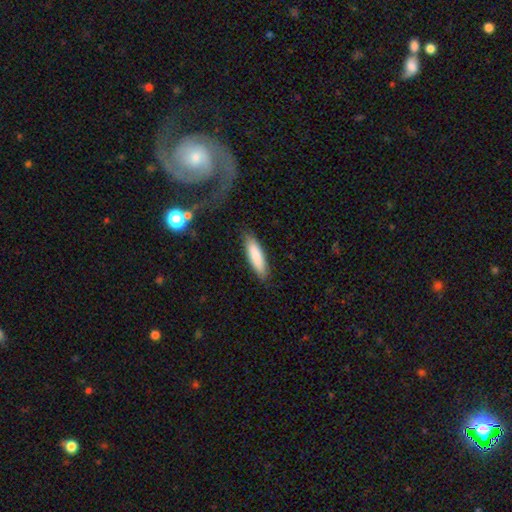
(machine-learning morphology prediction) A smooth galaxy with no disk features (83%) that is cigar-shaped (64%).

Vote fractions:
- Smooth or featured? smooth: 83% / featured or disk: 11% / star or artifact: 5%
- How rounded? cigar-shaped: 64% / in between: 34% / round: 1%
- Merging? none: 86% / minor disturbance: 11% / major disturbance: 2% / merger: 1%